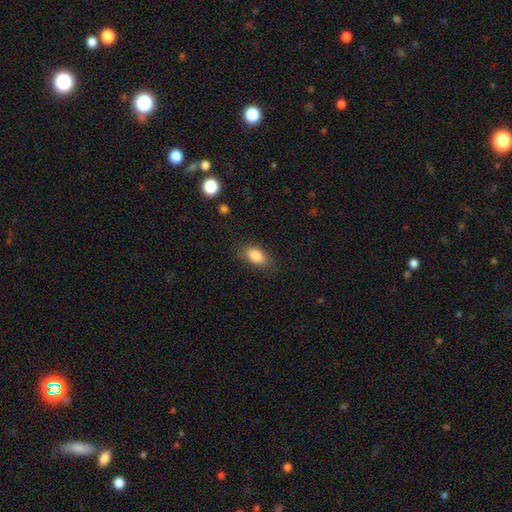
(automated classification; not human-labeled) smooth_or_featured: smooth (p=0.85) [alt: star or artifact p=0.08]
how_rounded: in between (p=0.87) [alt: round p=0.08]
merging: none (p=0.79) [alt: minor disturbance p=0.15]